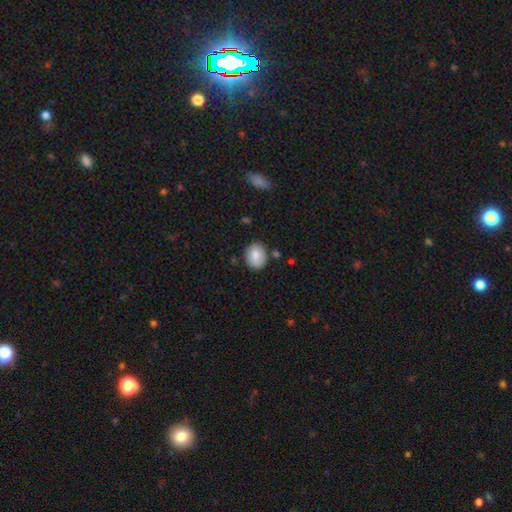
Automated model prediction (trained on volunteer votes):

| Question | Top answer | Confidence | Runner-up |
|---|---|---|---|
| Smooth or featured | smooth | 80% | featured or disk (12%) |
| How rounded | round | 59% | in between (40%) |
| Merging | none | 79% | minor disturbance (14%) |